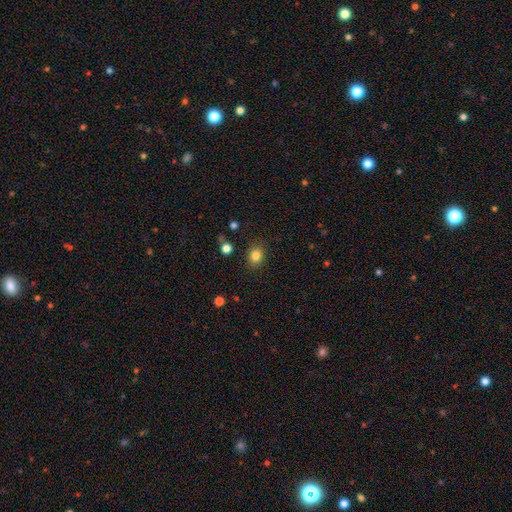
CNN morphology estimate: smooth-or-featured: smooth: 83% | star or artifact: 11% | featured or disk: 6%
  how-rounded: round: 58% | in between: 41% | cigar-shaped: 1%
  merging: none: 86% | minor disturbance: 9% | major disturbance: 3% | merger: 2%